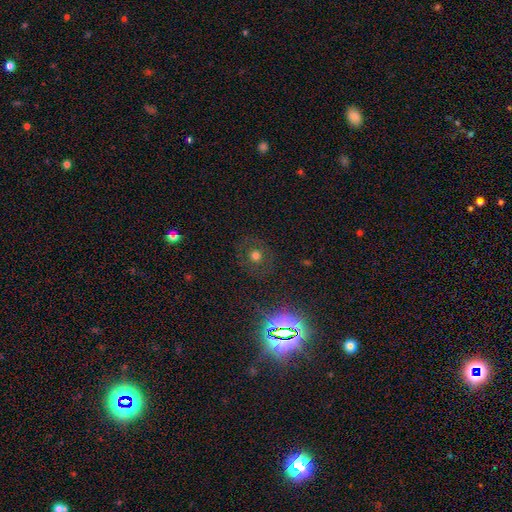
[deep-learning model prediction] Smooth or featured: smooth — 56% (star or artifact — 24%)
How rounded: round — 85% (in between — 14%)
Merging: none — 83% (minor disturbance — 10%)